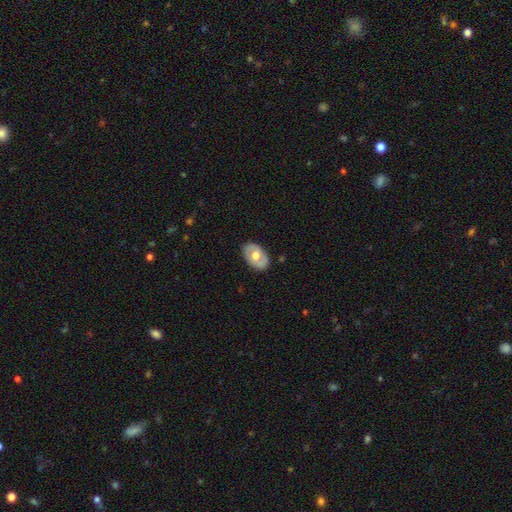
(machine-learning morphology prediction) A smooth galaxy with no disk features (48%). Merging: none (83%).